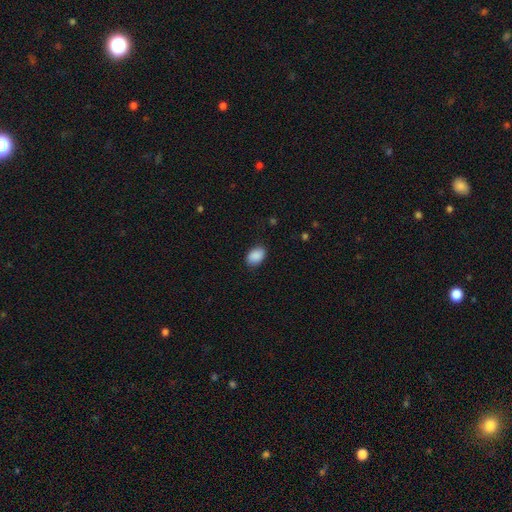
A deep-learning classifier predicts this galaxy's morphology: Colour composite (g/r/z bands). It shows a smooth galaxy with no disk features (89%) that is in between round and cigar-shaped (84%). Merging: none (84%).